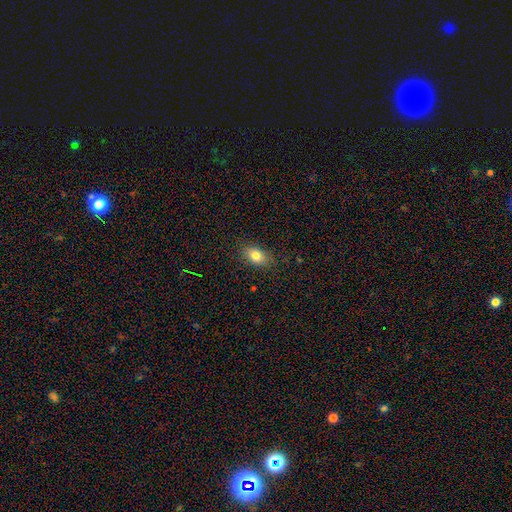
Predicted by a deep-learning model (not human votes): This appears to be a smooth galaxy with no disk features (81%) that is in between round and cigar-shaped (83%). Merging: none (85%).